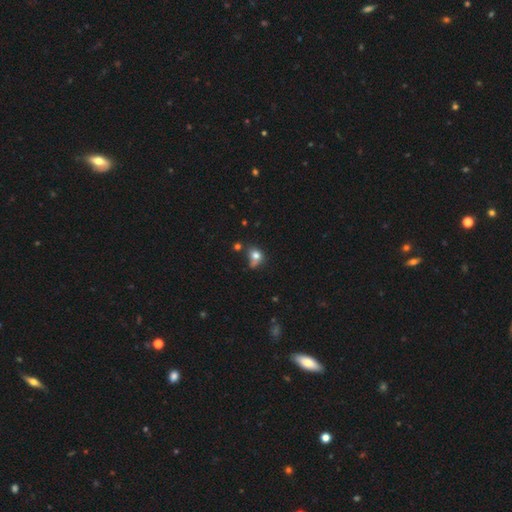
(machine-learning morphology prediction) smooth_or_featured: smooth (p=0.76) [alt: star or artifact p=0.12]
how_rounded: round (p=0.60) [alt: in between p=0.39]
merging: none (p=0.40) [alt: minor disturbance p=0.25]